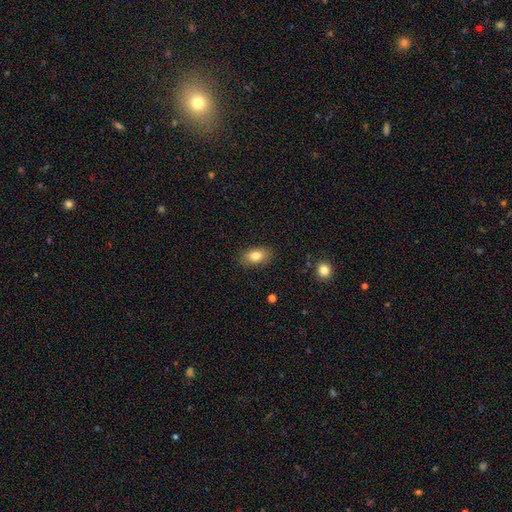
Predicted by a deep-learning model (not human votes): smooth_or_featured: smooth (p=0.81) [alt: featured or disk p=0.11]
how_rounded: in between (p=0.87) [alt: round p=0.10]
merging: none (p=0.84) [alt: minor disturbance p=0.12]